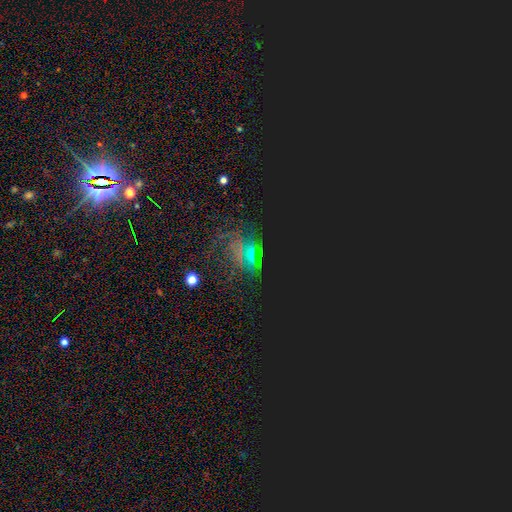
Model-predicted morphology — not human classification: smooth_or_featured: star or artifact (p=0.67) [alt: smooth p=0.17]